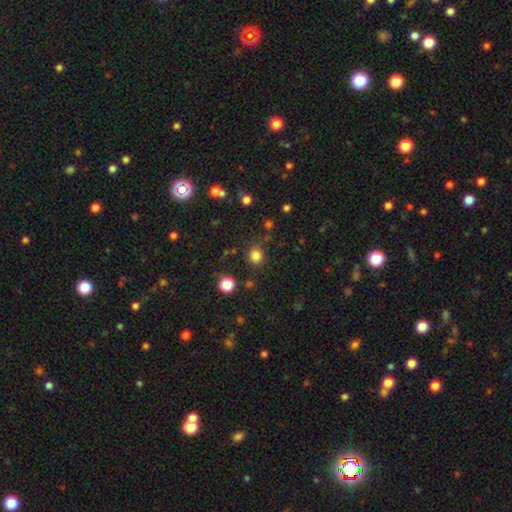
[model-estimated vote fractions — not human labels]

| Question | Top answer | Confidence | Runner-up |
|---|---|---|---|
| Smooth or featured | smooth | 81% | star or artifact (14%) |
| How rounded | round | 84% | in between (15%) |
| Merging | none | 81% | minor disturbance (11%) |